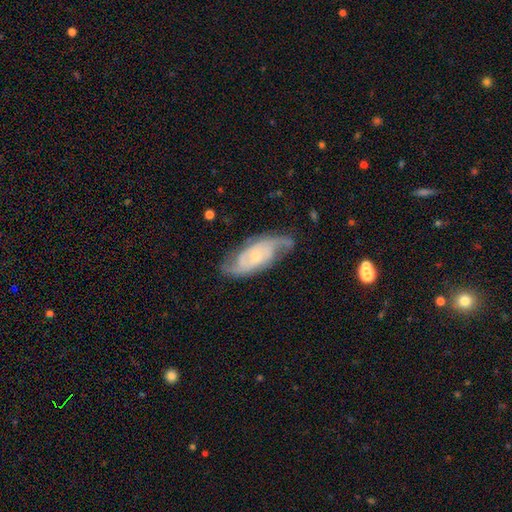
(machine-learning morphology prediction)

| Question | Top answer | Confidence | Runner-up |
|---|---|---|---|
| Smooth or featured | featured or disk | 84% | smooth (10%) |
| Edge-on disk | no | 94% | yes (6%) |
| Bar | no | 61% | weak (32%) |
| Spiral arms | yes | 96% | no (4%) |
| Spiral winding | medium | 46% | tight (39%) |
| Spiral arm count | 2 | 76% | can't tell (10%) |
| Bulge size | small | 59% | moderate (33%) |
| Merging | none | 72% | minor disturbance (20%) |